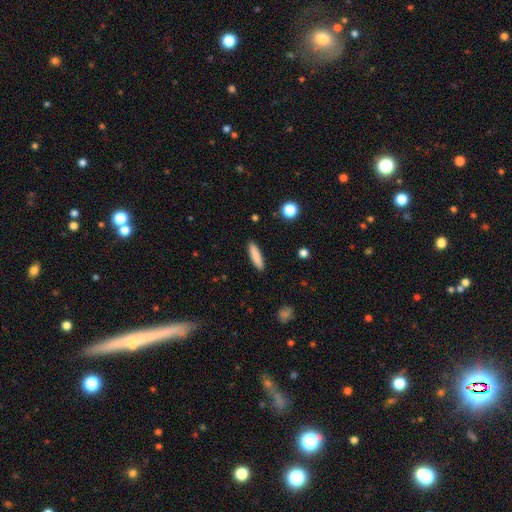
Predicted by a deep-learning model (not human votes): A smooth galaxy with no disk features (85%) that is cigar-shaped (78%).

Vote fractions:
- Smooth or featured? smooth: 85% / featured or disk: 8% / star or artifact: 7%
- How rounded? cigar-shaped: 78% / in between: 20% / round: 1%
- Merging? none: 90% / minor disturbance: 7% / major disturbance: 2% / merger: 1%